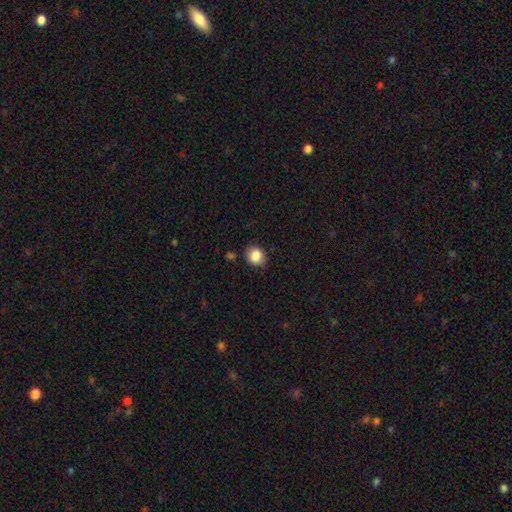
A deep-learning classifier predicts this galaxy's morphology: A smooth galaxy with no disk features (86%) that is round (68%). Merging: none (84%).